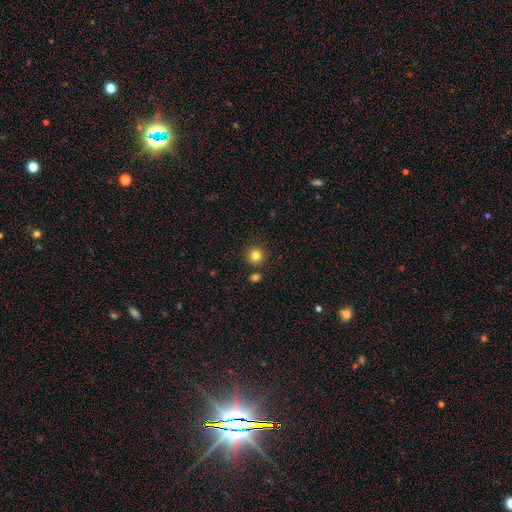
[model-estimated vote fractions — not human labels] A smooth galaxy with no disk features (83%) that is round (94%).

Vote fractions:
- Smooth or featured? smooth: 83% / star or artifact: 12% / featured or disk: 5%
- How rounded? round: 94% / in between: 5% / cigar-shaped: 1%
- Merging? none: 86% / minor disturbance: 6% / merger: 6% / major disturbance: 2%